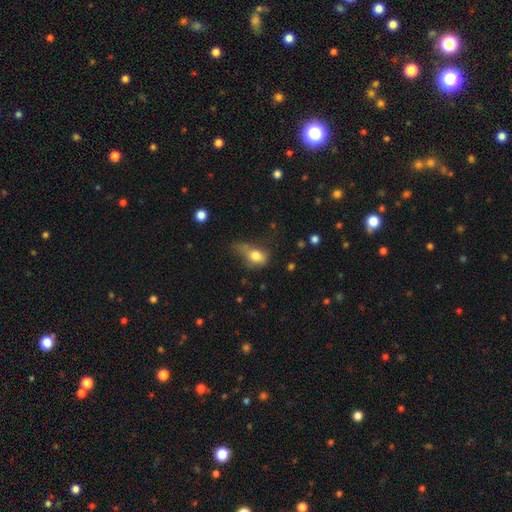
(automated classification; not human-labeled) A smooth galaxy with no disk features (74%) that is in between round and cigar-shaped (70%).

Vote fractions:
- Smooth or featured? smooth: 74% / featured or disk: 16% / star or artifact: 10%
- How rounded? in between: 70% / round: 26% / cigar-shaped: 4%
- Merging? major disturbance: 40% / minor disturbance: 29% / none: 24% / merger: 7%